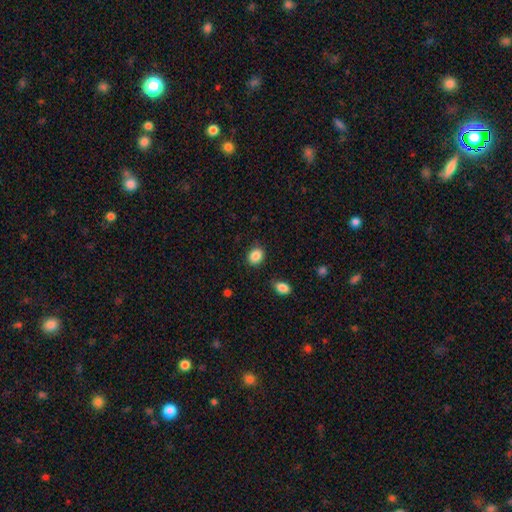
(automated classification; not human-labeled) Morphology: type=smooth (87%); roundness=round (52%); merging=none (85%).